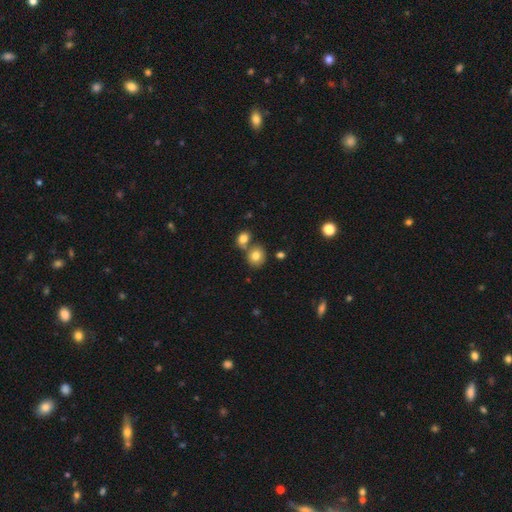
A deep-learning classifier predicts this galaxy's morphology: Q: Smooth or featured?
A: smooth (79%); runner-up: star or artifact (11%)
Q: How rounded?
A: round (76%); runner-up: in between (23%)
Q: Merging?
A: none (58%); runner-up: merger (30%)